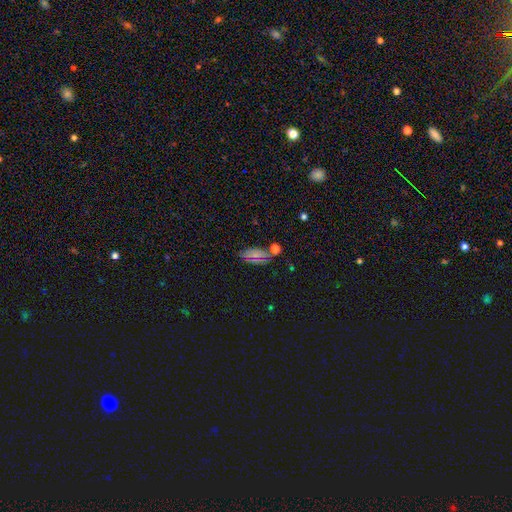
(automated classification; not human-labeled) smooth 62%, star or artifact 23%, featured or disk 15%. Down the decision tree: how rounded — in between (85%); merging — none (69%).